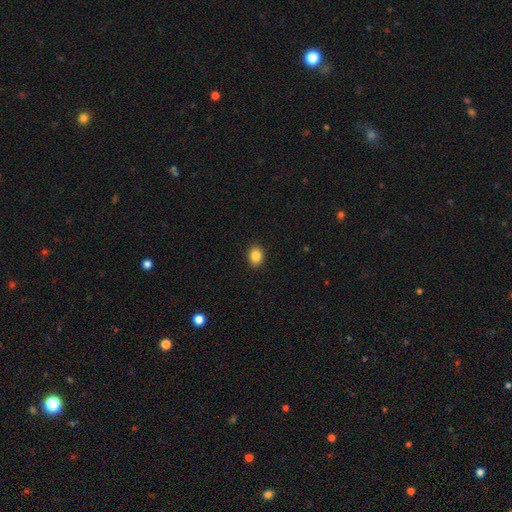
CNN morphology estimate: smooth-or-featured: smooth: 86% | star or artifact: 9% | featured or disk: 5%
  how-rounded: in between: 57% | round: 42% | cigar-shaped: 1%
  merging: none: 91% | minor disturbance: 7% | major disturbance: 2% | merger: 1%